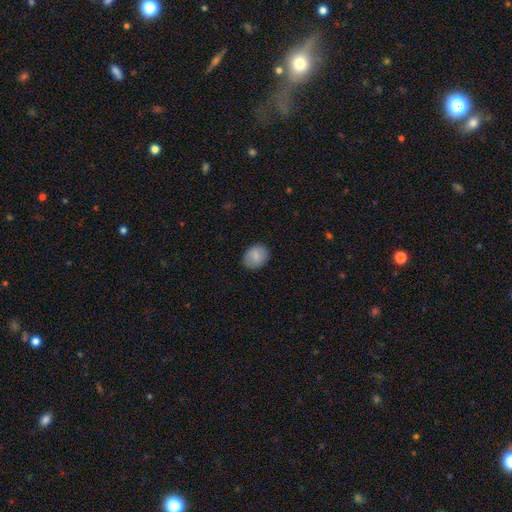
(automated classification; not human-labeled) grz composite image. It shows a smooth galaxy with no disk features (83%) that is round (50%). Merging: none (86%).